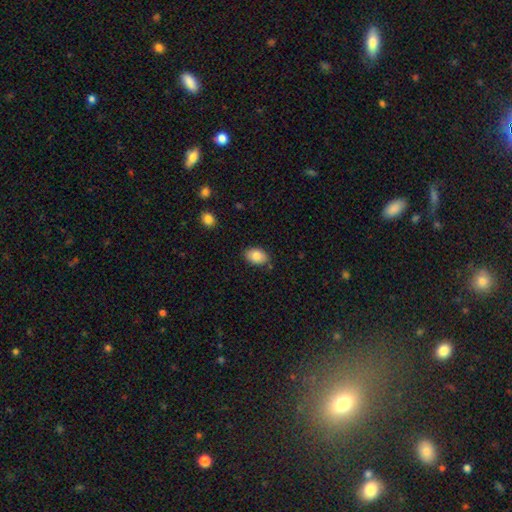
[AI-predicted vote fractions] smooth 84%, featured or disk 8%, star or artifact 7%. Down the decision tree: how rounded — in between (85%); merging — none (82%).